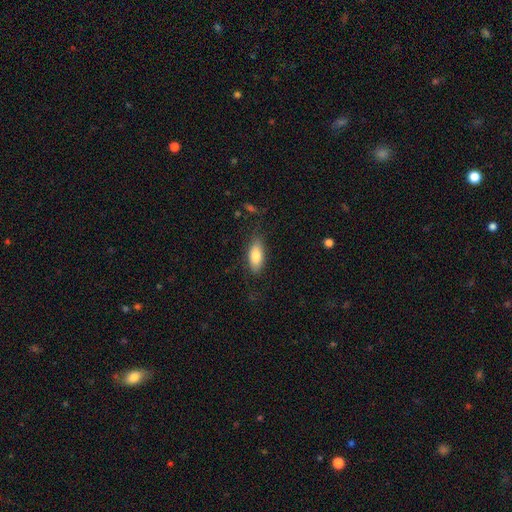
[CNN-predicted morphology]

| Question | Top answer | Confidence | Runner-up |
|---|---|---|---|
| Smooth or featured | smooth | 80% | featured or disk (13%) |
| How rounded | in between | 82% | cigar-shaped (15%) |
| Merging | none | 78% | minor disturbance (16%) |